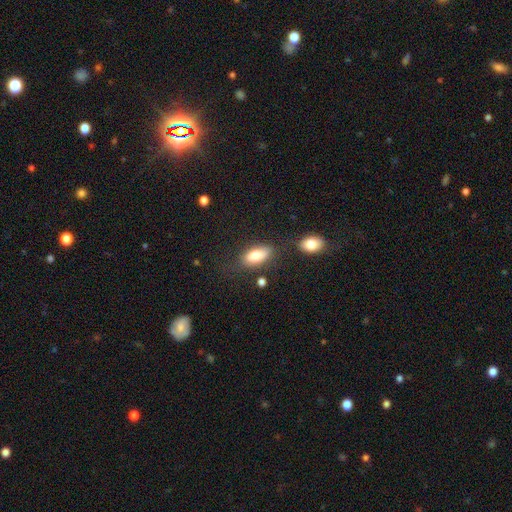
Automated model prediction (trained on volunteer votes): A smooth galaxy with no disk features (80%) that is in between round and cigar-shaped (88%).

Vote fractions:
- Smooth or featured? smooth: 80% / featured or disk: 12% / star or artifact: 8%
- How rounded? in between: 88% / cigar-shaped: 8% / round: 4%
- Merging? none: 69% / minor disturbance: 17% / merger: 9% / major disturbance: 6%